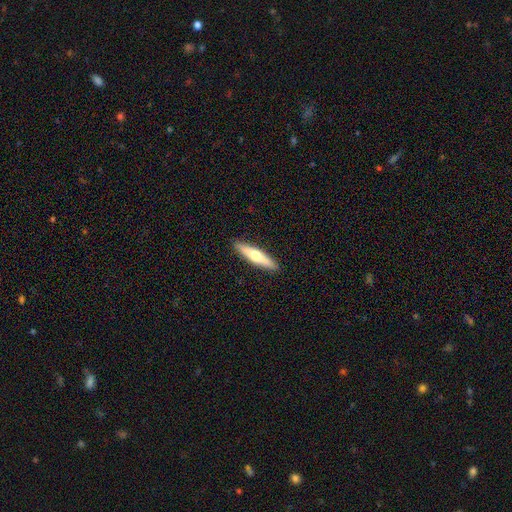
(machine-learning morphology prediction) Q: Smooth or featured?
A: featured or disk (50%); runner-up: smooth (45%)
Q: Merging?
A: none (91%); runner-up: minor disturbance (6%)